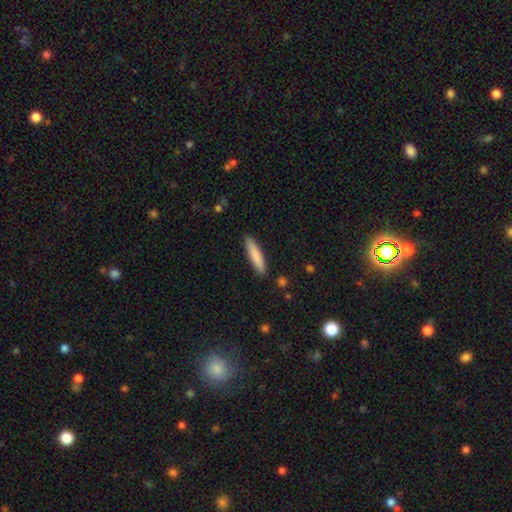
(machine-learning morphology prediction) A smooth galaxy with no disk features (83%) that is cigar-shaped (84%). Merging: none (89%).